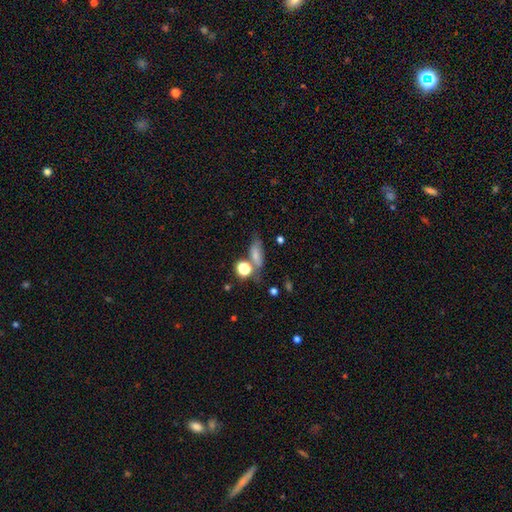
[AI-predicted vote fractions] Q: Smooth or featured?
A: smooth (69%); runner-up: featured or disk (17%)
Q: How rounded?
A: in between (64%); runner-up: cigar-shaped (22%)
Q: Merging?
A: none (48%); runner-up: minor disturbance (21%)